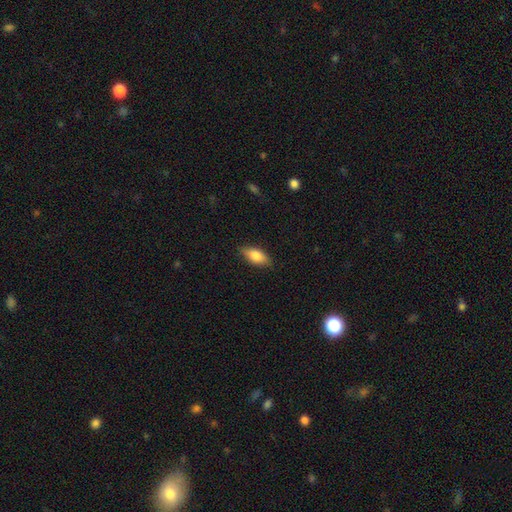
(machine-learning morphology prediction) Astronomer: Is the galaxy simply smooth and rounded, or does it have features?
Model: smooth — 79%.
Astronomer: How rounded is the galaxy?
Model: in between — 84%.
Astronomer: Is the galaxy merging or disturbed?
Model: none — 82%.